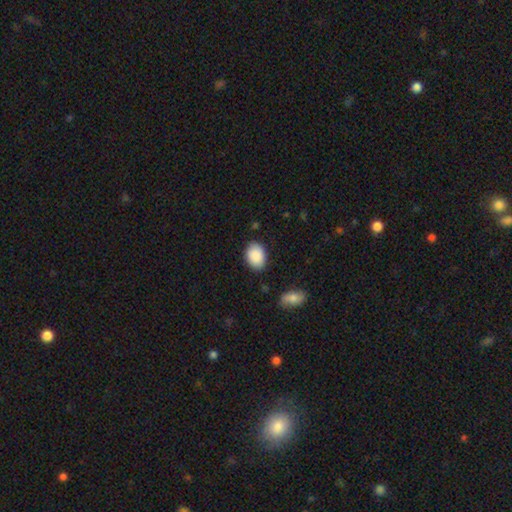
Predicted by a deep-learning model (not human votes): This appears to be a smooth galaxy with no disk features (90%) that is in between round and cigar-shaped (76%). Merging: none (83%).